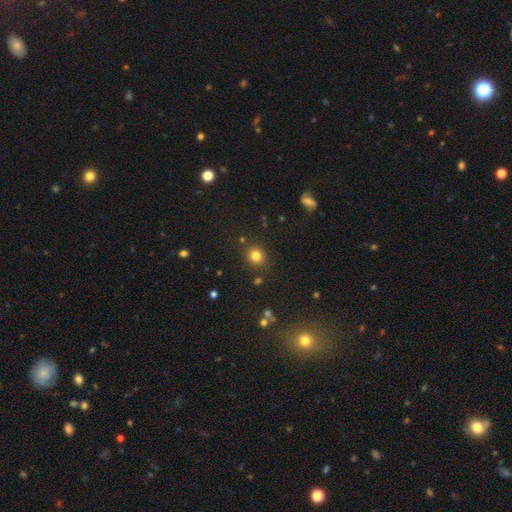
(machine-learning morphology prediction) smooth_or_featured: smooth (p=0.79) [alt: star or artifact p=0.15]
how_rounded: round (p=0.86) [alt: in between p=0.13]
merging: none (p=0.86) [alt: minor disturbance p=0.08]